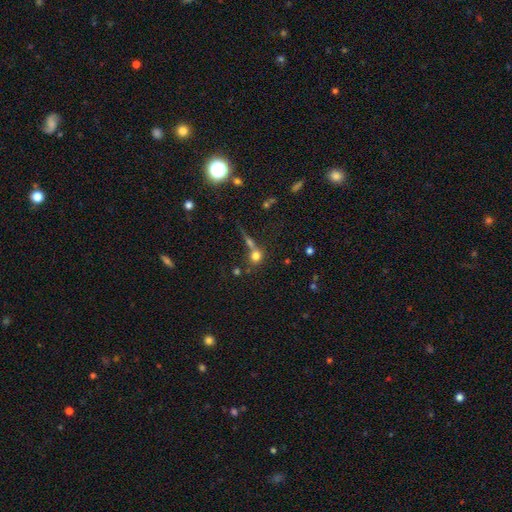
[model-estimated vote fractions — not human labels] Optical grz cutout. It shows a smooth galaxy with no disk features (71%) that is round (78%). Merging: none (45%).